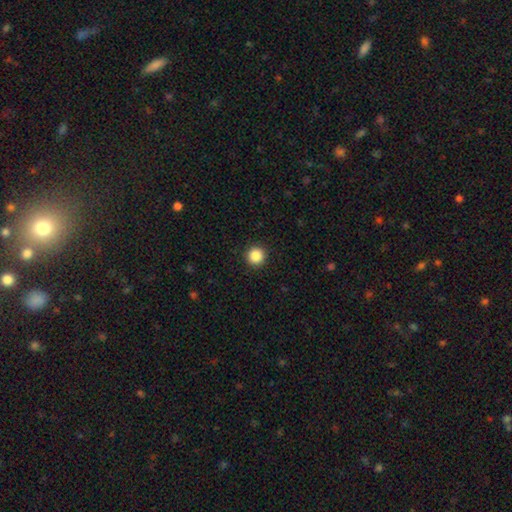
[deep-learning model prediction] Smooth or featured? smooth (87%)
How rounded? round (95%)
Merging? none (93%)